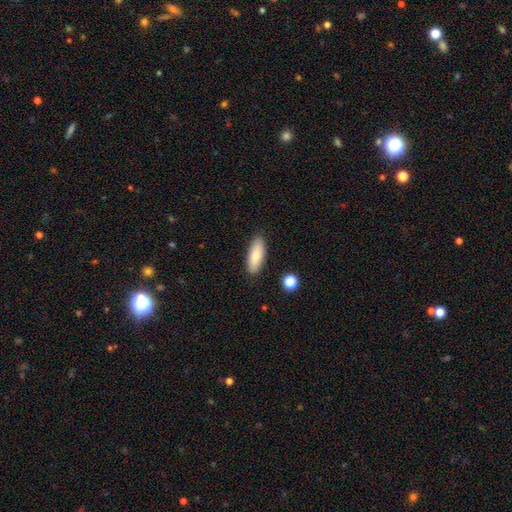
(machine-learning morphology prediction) smooth_or_featured: smooth (p=0.81) [alt: featured or disk p=0.12]
how_rounded: in between (p=0.69) [alt: cigar-shaped p=0.29]
merging: none (p=0.88) [alt: minor disturbance p=0.09]